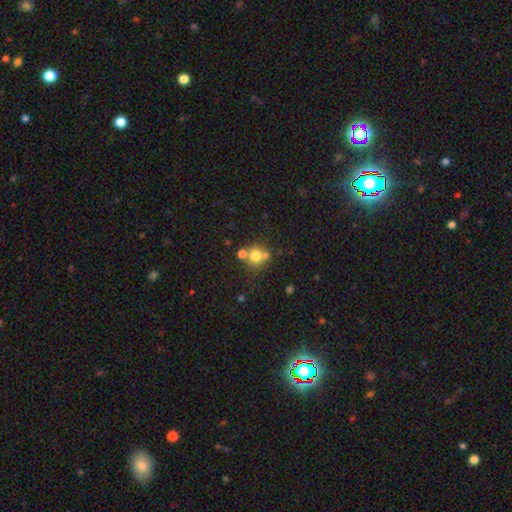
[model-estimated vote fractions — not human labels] This is likely a smooth galaxy (71%). How rounded: clearly round (87%). Merging: possibly none (56%).